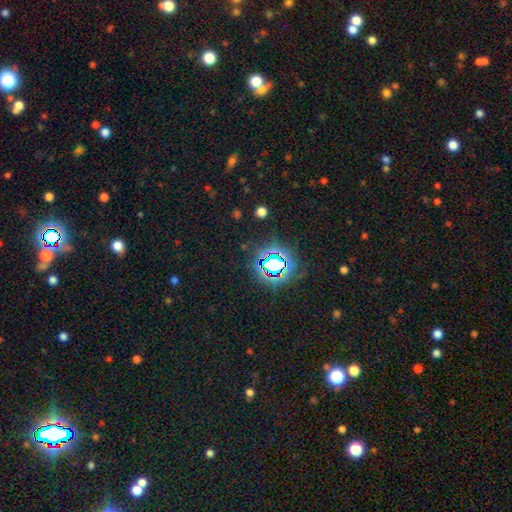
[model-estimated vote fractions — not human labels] Smooth or featured: star or artifact — 75% (smooth — 18%)